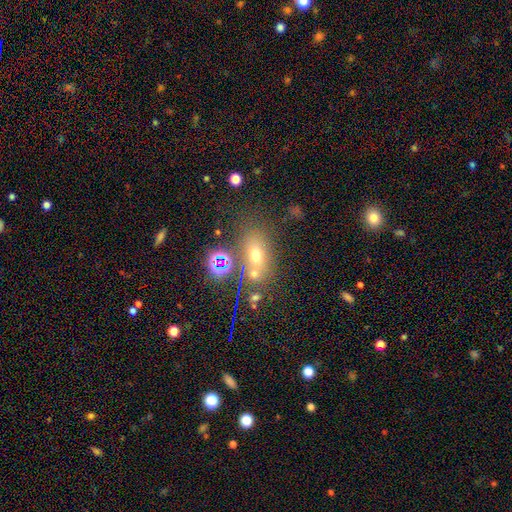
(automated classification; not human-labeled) A smooth galaxy with no disk features (55%) that is in between round and cigar-shaped (69%).

Vote fractions:
- Smooth or featured? smooth: 55% / star or artifact: 26% / featured or disk: 19%
- How rounded? in between: 69% / round: 27% / cigar-shaped: 5%
- Merging? none: 57% / merger: 23% / minor disturbance: 13% / major disturbance: 7%